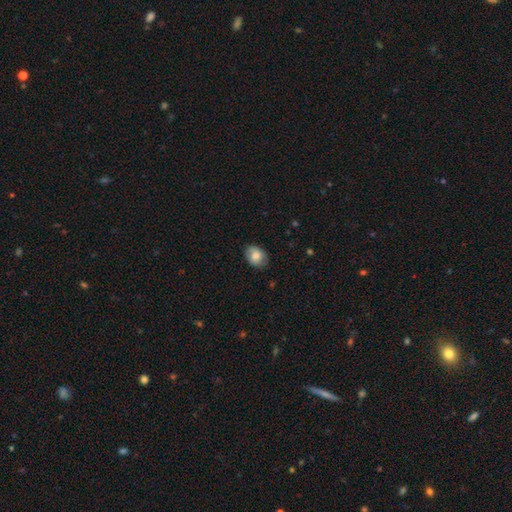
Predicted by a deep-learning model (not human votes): A smooth galaxy with no disk features (79%) that is in between round and cigar-shaped (70%). Merging: none (81%).